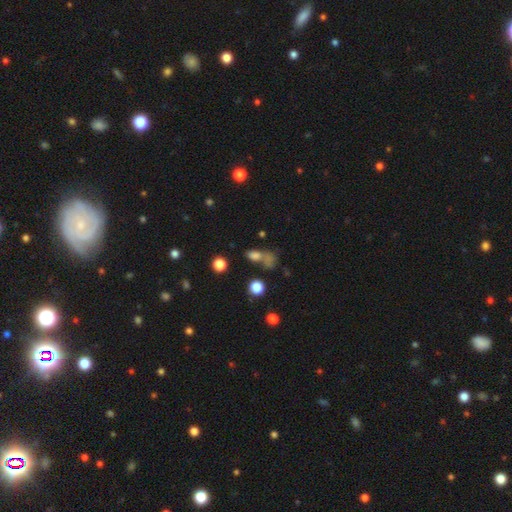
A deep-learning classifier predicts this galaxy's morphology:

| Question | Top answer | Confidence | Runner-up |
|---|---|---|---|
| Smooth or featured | smooth | 69% | star or artifact (20%) |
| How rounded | in between | 58% | round (34%) |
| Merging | none | 44% | merger (33%) |